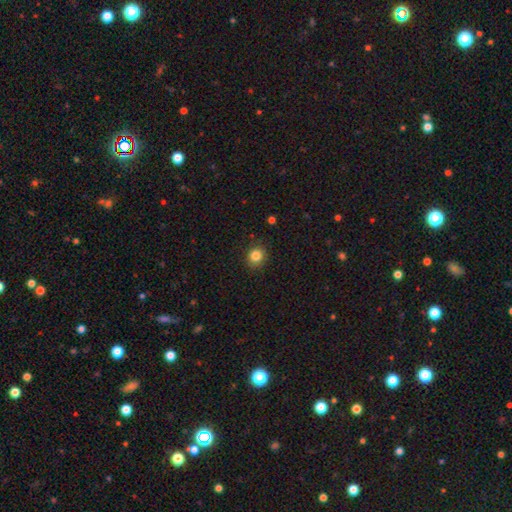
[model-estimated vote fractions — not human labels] Morphology: type=smooth (84%); roundness=round (85%); merging=none (88%).